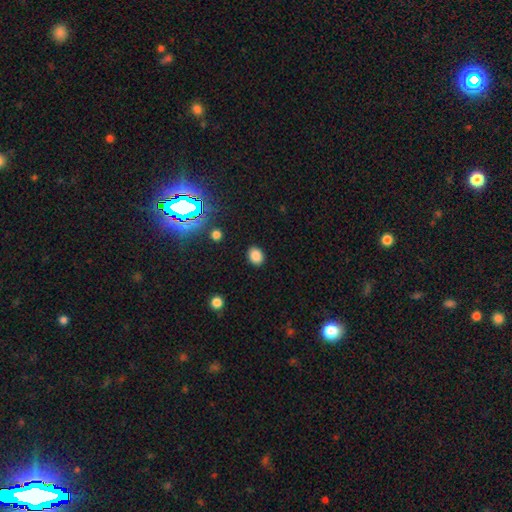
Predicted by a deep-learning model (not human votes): Smooth or featured? Predicted: smooth (p=0.83). How rounded? Predicted: in between (p=0.62). Merging? Predicted: none (p=0.88).